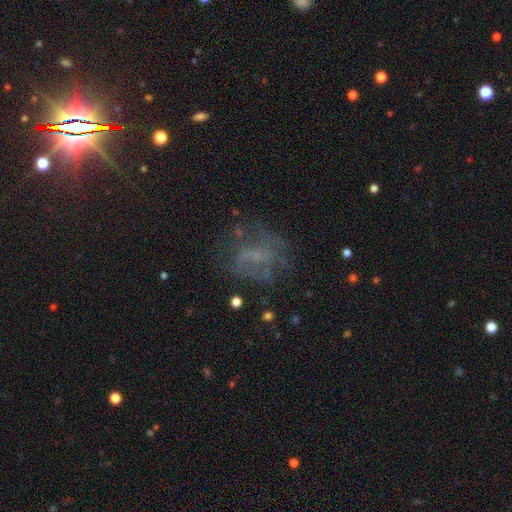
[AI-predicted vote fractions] This appears to be a featured or disk galaxy (44%). Merging: none (55%).